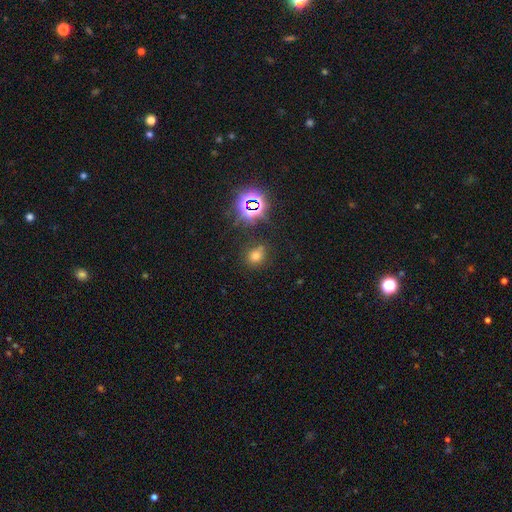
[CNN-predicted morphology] Q: Smooth or featured?
A: smooth (62%); runner-up: star or artifact (30%)
Q: How rounded?
A: round (71%); runner-up: in between (28%)
Q: Merging?
A: none (74%); runner-up: minor disturbance (13%)